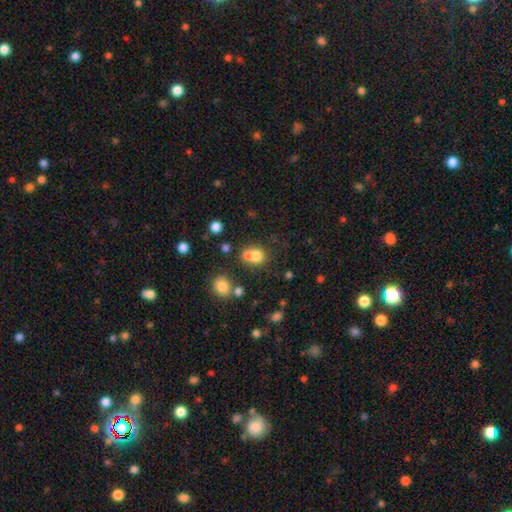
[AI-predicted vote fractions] Overall: smooth (74%). How rounded: round (67%; in between 32%). Merging: merger (50%; none 36%).